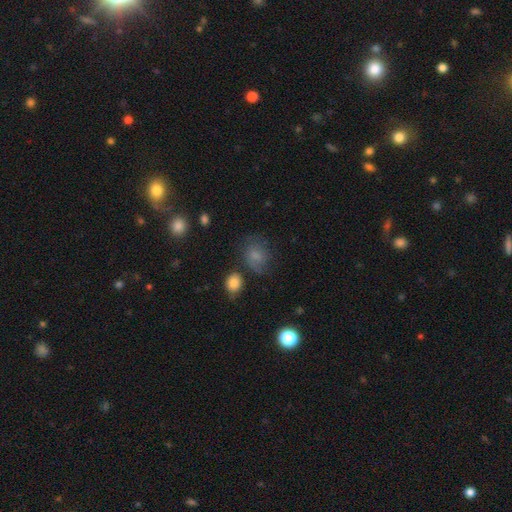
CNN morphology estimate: Smooth or featured: smooth — 67% (featured or disk — 19%)
How rounded: round — 54% (in between — 45%)
Merging: none — 53% (minor disturbance — 26%)